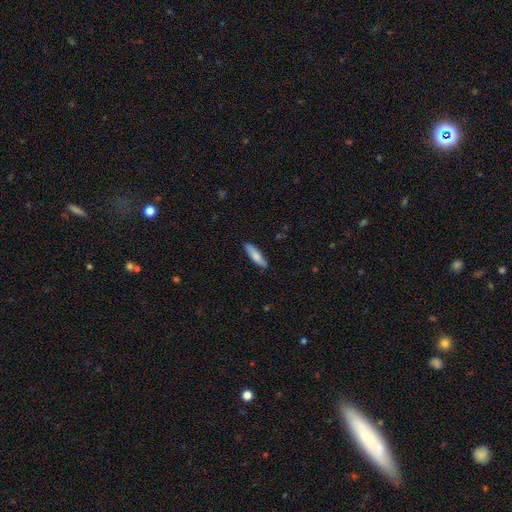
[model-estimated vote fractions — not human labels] The model was most divided on "how rounded": cigar-shaped: 68%, in between: 31%, round: 2%. More confident: merging — none (85%); smooth or featured — smooth (75%).